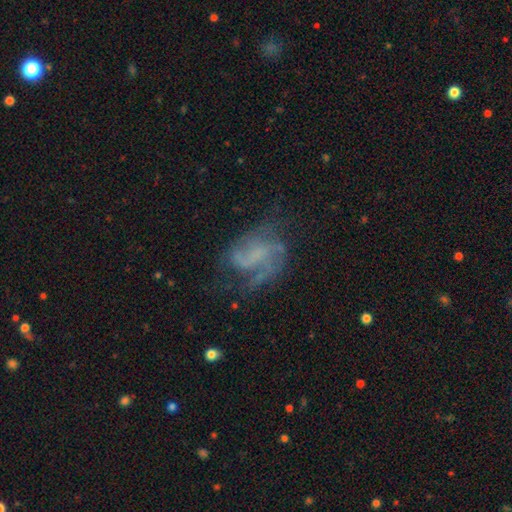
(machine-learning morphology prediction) featured or disk 74%, smooth 16%, star or artifact 11%. Down the decision tree: edge-on disk — no (98%); bar — no (53%); spiral arms — yes (86%); spiral arm count — 2 (54%); spiral winding — medium (41%); bulge size — none (66%); merging — none (50%).